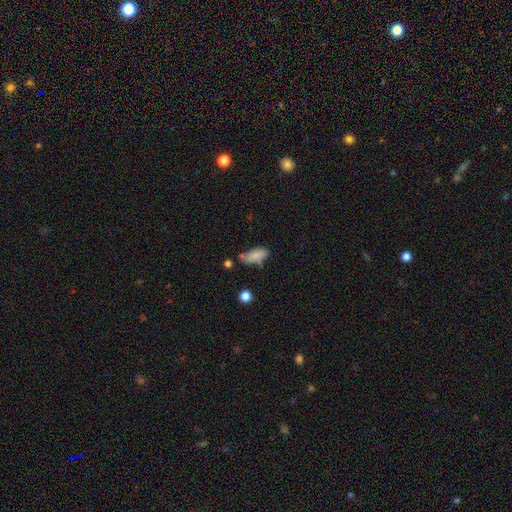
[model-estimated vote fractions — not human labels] Morphology: type=smooth (81%); roundness=in between (82%); merging=none (55%).